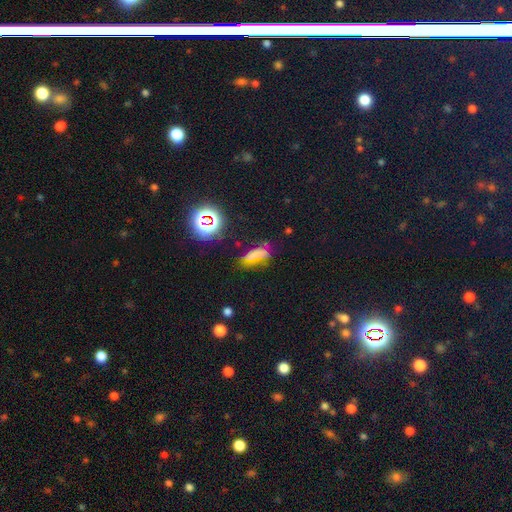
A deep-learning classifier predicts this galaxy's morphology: Smooth or featured? Predicted: smooth (p=0.58). How rounded? Predicted: in between (p=0.67). Merging? Predicted: none (p=0.53).